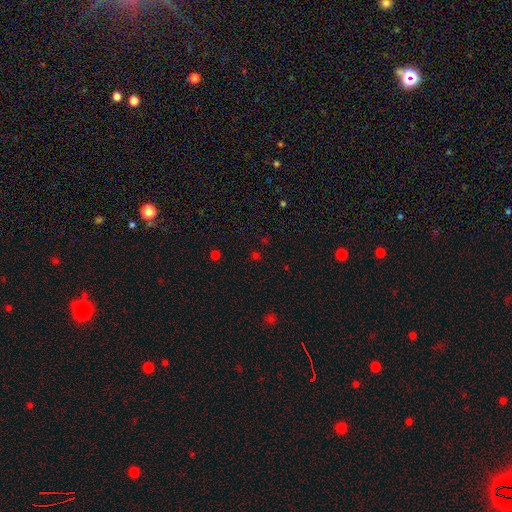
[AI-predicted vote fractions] star or artifact 48%, smooth 46%, featured or disk 6%.